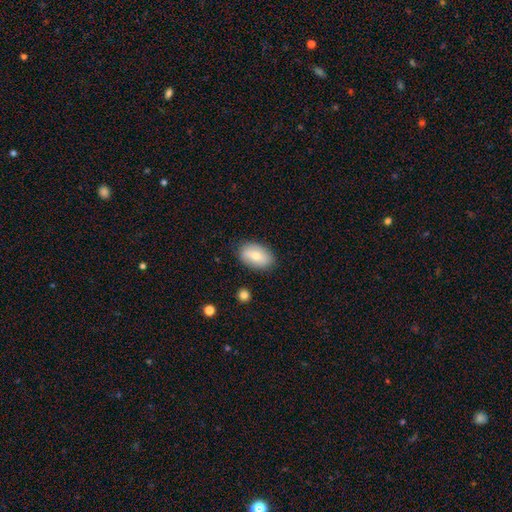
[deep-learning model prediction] smooth-or-featured: smooth: 72% | featured or disk: 21% | star or artifact: 7%
  how-rounded: in between: 91% | round: 7% | cigar-shaped: 2%
  merging: none: 84% | minor disturbance: 12% | major disturbance: 3% | merger: 2%